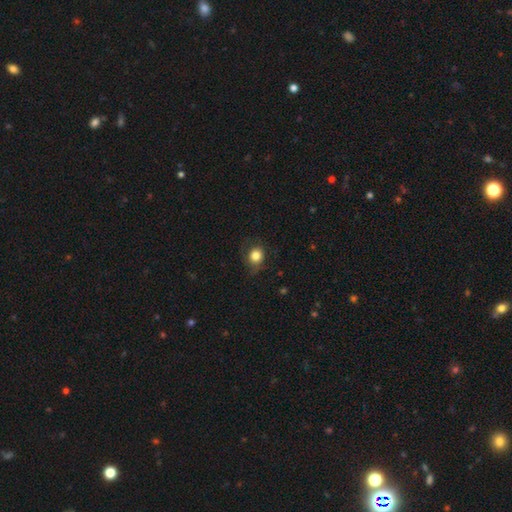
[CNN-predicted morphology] smooth 82%, star or artifact 10%, featured or disk 8%. Down the decision tree: how rounded — round (75%); merging — none (71%).